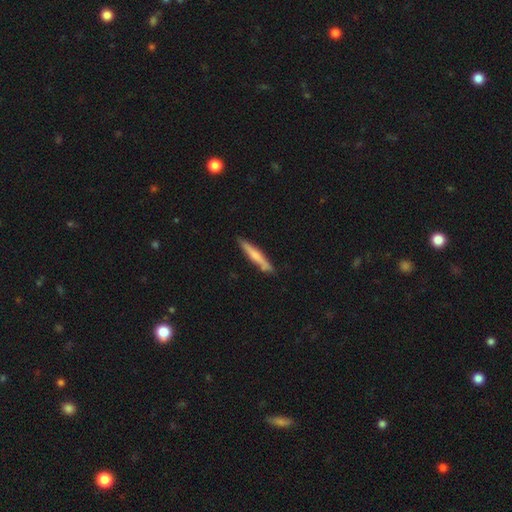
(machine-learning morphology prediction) smooth-or-featured: smooth: 58% | featured or disk: 37% | star or artifact: 5%
  how-rounded: cigar-shaped: 94% | in between: 5% | round: 1%
  merging: none: 84% | minor disturbance: 12% | merger: 2% | major disturbance: 2%